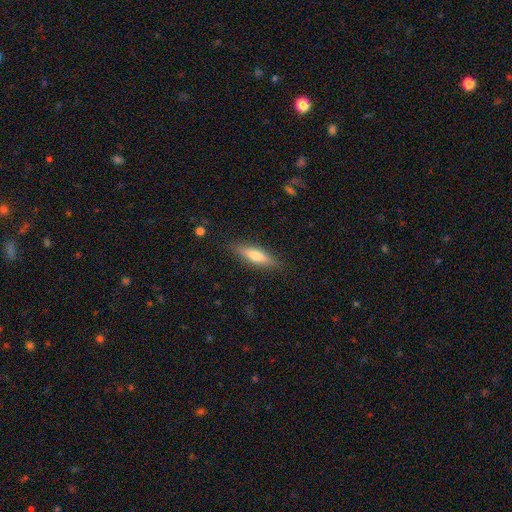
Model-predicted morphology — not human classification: Overall: smooth (61%; featured or disk 33%). How rounded: cigar-shaped (67%; in between 32%). Merging: none (86%).